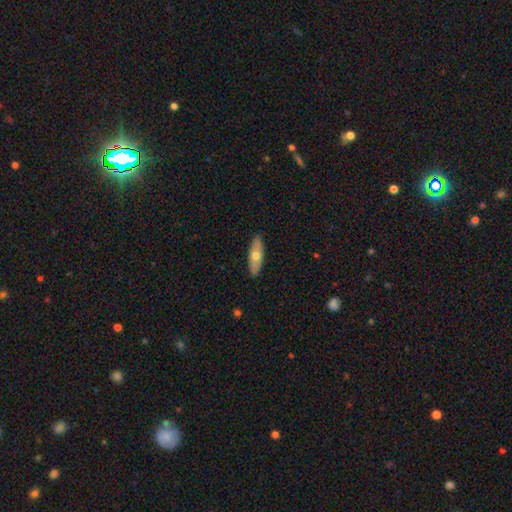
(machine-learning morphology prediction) This is possibly a smooth galaxy (56%). How rounded: possibly in between (54%). Merging: clearly none (89%).